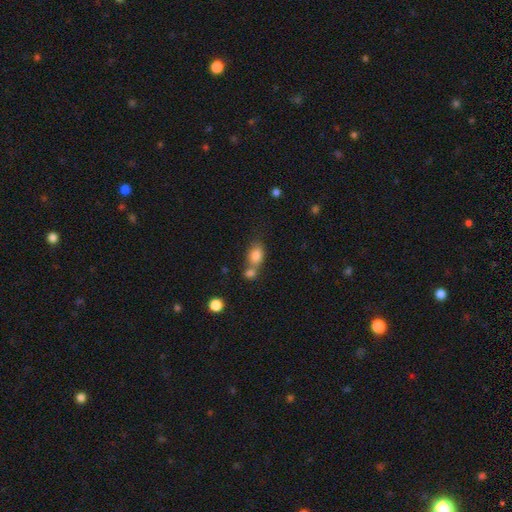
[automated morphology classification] smooth-or-featured: smooth: 81% | featured or disk: 9% | star or artifact: 9%
  how-rounded: in between: 72% | round: 25% | cigar-shaped: 2%
  merging: merger: 46% | none: 38% | minor disturbance: 12% | major disturbance: 5%